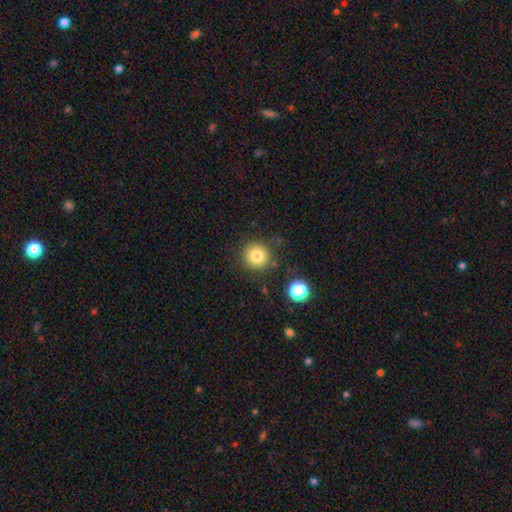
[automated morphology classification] A smooth galaxy with no disk features (80%) that is round (94%). Merging: none (83%).